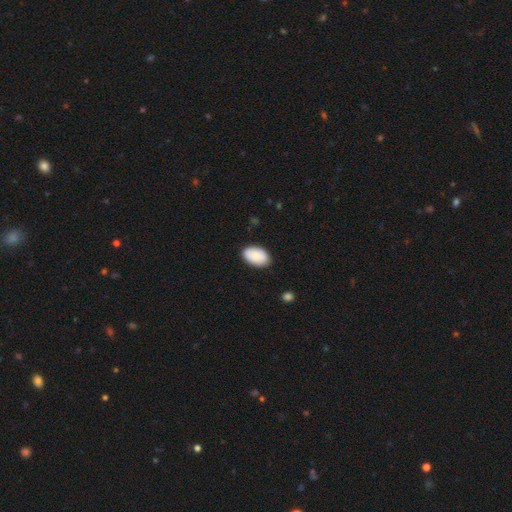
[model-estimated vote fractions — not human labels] Morphology: type=smooth (84%); roundness=in between (92%); merging=none (85%).